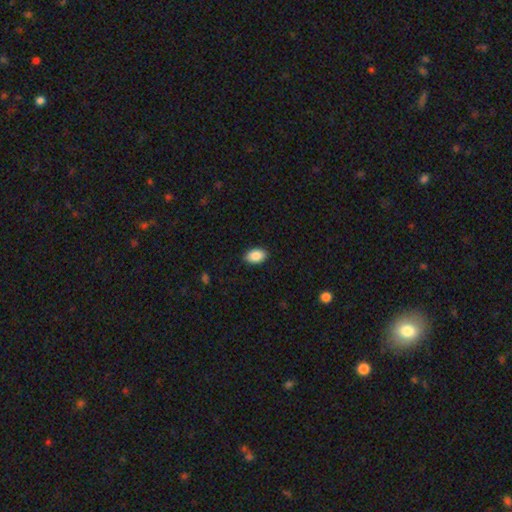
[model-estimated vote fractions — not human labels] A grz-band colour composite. It shows a smooth galaxy with no disk features (89%) that is in between round and cigar-shaped (91%). Merging: none (89%).